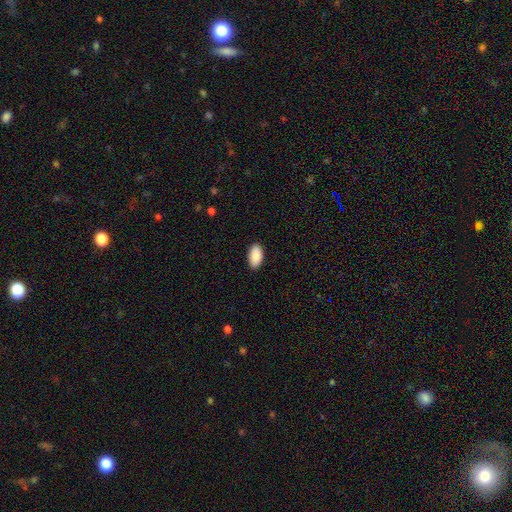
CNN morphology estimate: This is clearly a smooth galaxy (91%). How rounded: clearly in between (95%). Merging: clearly none (90%).